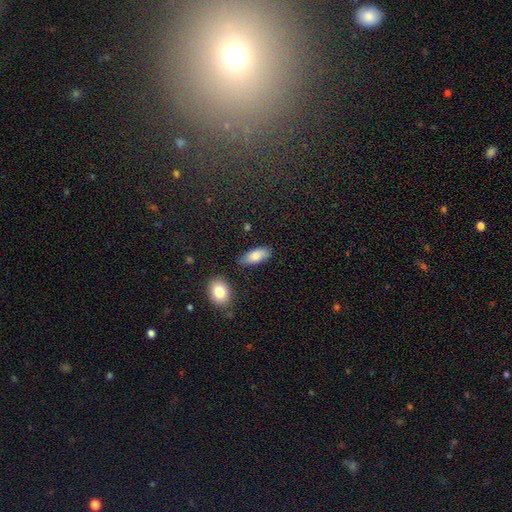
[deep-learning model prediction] Overall: smooth (81%). How rounded: in between (82%). Merging: none (81%).